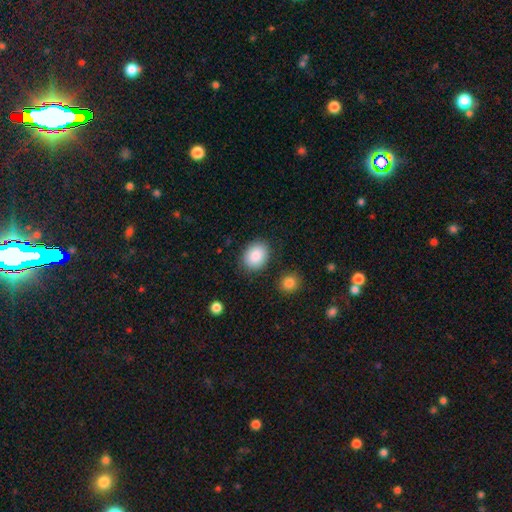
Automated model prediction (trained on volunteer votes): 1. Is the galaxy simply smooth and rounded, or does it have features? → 88% smooth, 7% star or artifact, 5% featured or disk.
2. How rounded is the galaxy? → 63% in between, 36% round, 1% cigar-shaped.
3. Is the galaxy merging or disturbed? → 85% none, 10% minor disturbance, 3% major disturbance, 3% merger.